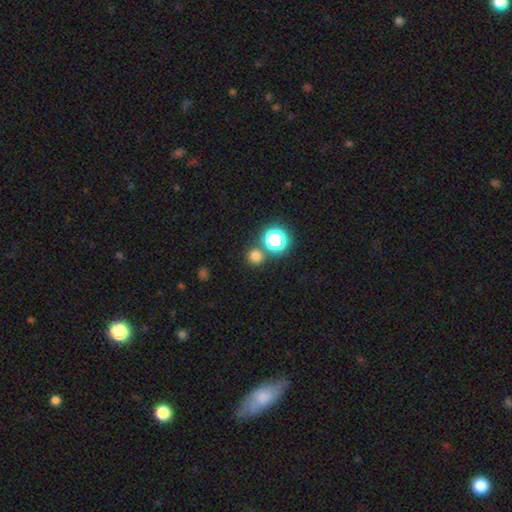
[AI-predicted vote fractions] smooth_or_featured: smooth (p=0.73) [alt: star or artifact p=0.22]
how_rounded: round (p=0.92) [alt: in between p=0.07]
merging: none (p=0.79) [alt: merger p=0.11]